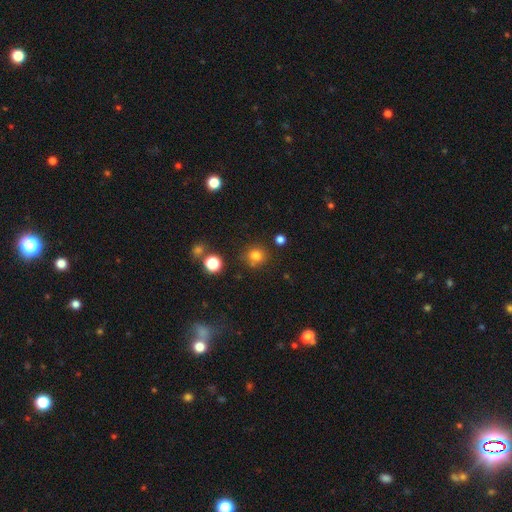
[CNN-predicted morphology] This is likely a smooth galaxy (78%). How rounded: clearly round (87%). Merging: likely none (78%).